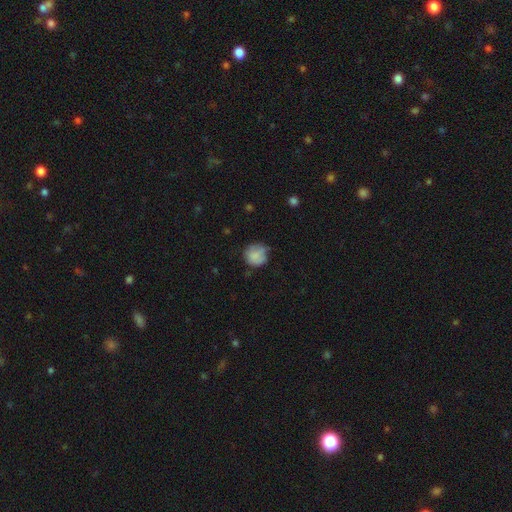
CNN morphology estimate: smooth 79%, featured or disk 13%, star or artifact 8%. Down the decision tree: how rounded — round (85%); merging — none (59%).